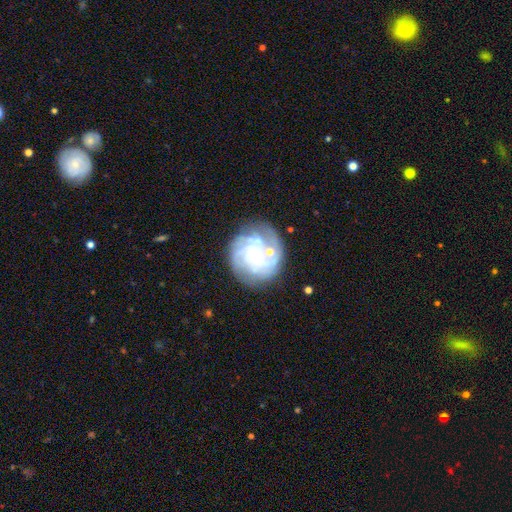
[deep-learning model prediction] Smooth or featured? featured or disk (81%)
Edge-on disk? no (98%)
Bar? no (70%)
Spiral arms? yes (92%)
Spiral winding? tight (60%)
Spiral arm count? 3 (29%)
Bulge size? moderate (65%)
Merging? none (71%)